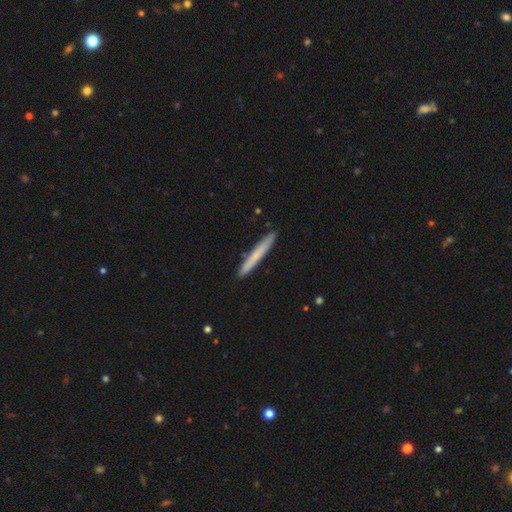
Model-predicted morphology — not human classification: type=smooth (64%); roundness=cigar-shaped (97%); merging=none (90%).